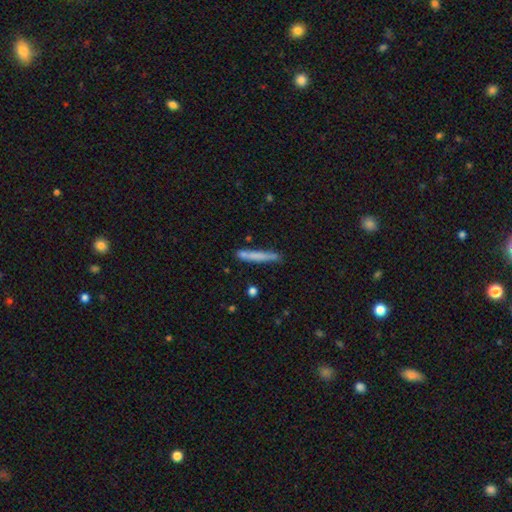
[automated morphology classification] smooth 69%, featured or disk 24%, star or artifact 7%. Down the decision tree: how rounded — cigar-shaped (95%); merging — none (77%).